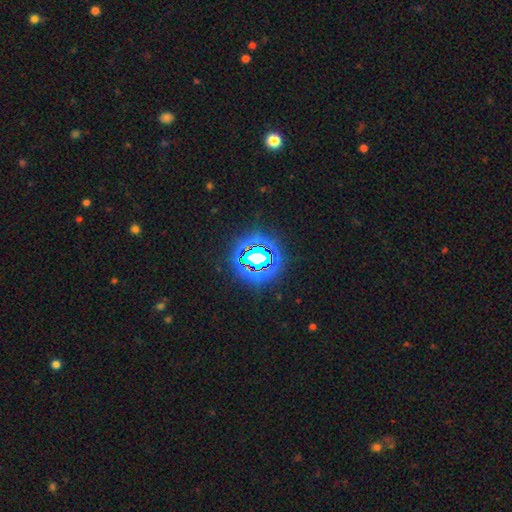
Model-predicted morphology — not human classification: type=star or artifact (70%).